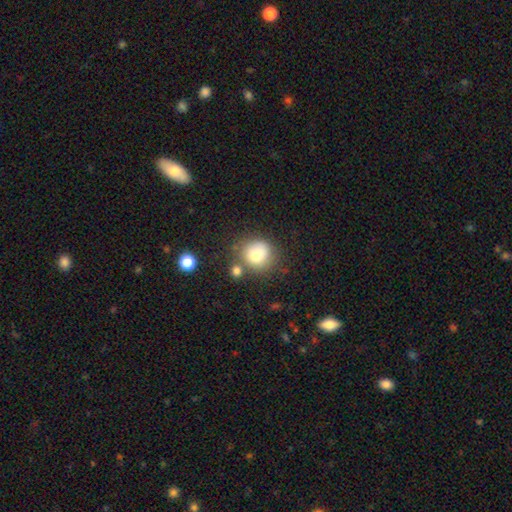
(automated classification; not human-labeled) smooth-or-featured: smooth: 78% | featured or disk: 11% | star or artifact: 10%
  how-rounded: round: 85% | in between: 14% | cigar-shaped: 1%
  merging: none: 60% | merger: 17% | minor disturbance: 17% | major disturbance: 6%